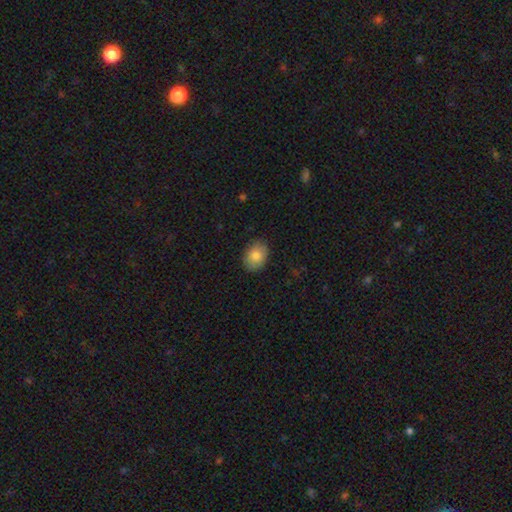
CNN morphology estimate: Smooth or featured: smooth — 83% (featured or disk — 10%)
How rounded: in between — 73% (round — 26%)
Merging: none — 86% (minor disturbance — 11%)